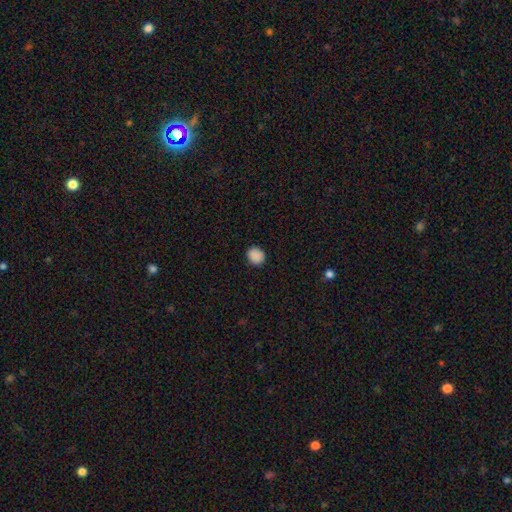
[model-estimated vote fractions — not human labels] Smooth or featured: smooth — 89% (star or artifact — 9%)
How rounded: round — 78% (in between — 21%)
Merging: none — 89% (minor disturbance — 8%)